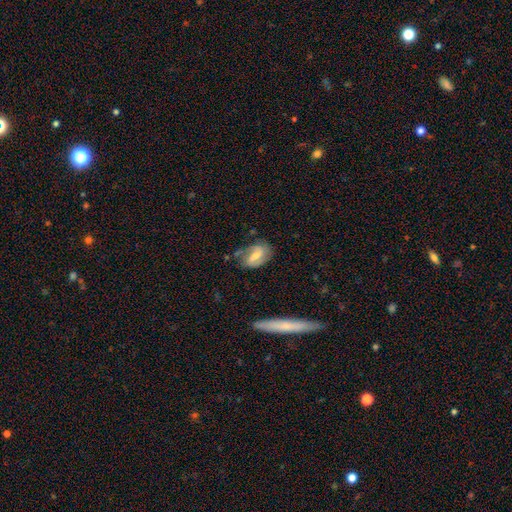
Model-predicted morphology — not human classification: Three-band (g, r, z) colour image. It shows a featured or disk galaxy (58%) with a weak bar (47%), spiral arms (83%) and a moderate central bulge (47%). Merging: none (58%).